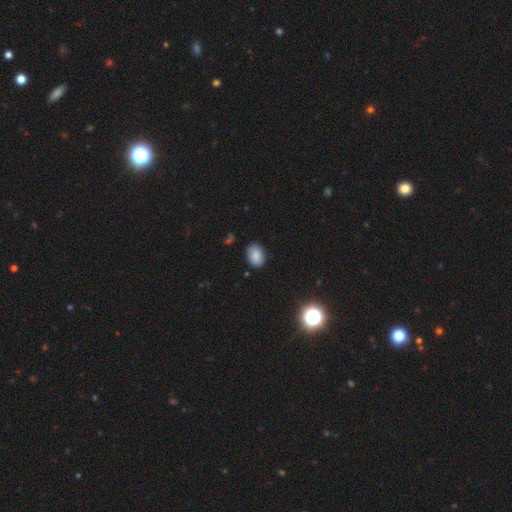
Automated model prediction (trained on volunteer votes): This appears to be a smooth galaxy with no disk features (84%) that is in between round and cigar-shaped (79%). Merging: none (84%).